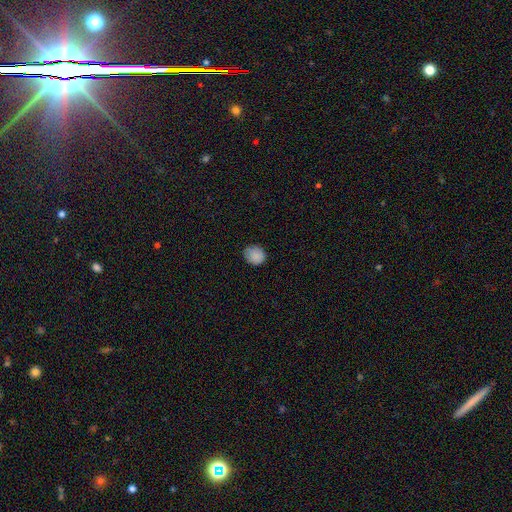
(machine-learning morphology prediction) This appears to be a smooth galaxy with no disk features (87%) that is round (78%). Merging: none (81%).